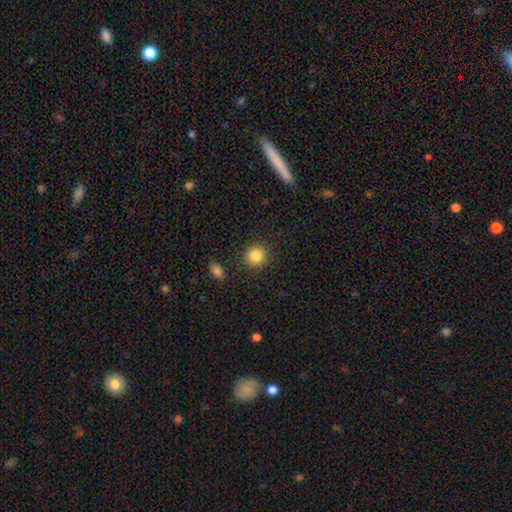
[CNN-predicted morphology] smooth 85%, star or artifact 10%, featured or disk 5%. Down the decision tree: how rounded — round (89%); merging — none (89%).